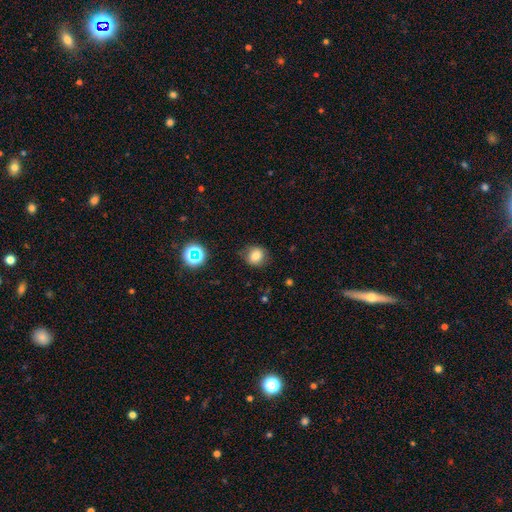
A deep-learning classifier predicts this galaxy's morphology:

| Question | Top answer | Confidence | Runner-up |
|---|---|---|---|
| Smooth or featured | smooth | 76% | star or artifact (14%) |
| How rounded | round | 82% | in between (17%) |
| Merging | none | 78% | minor disturbance (16%) |